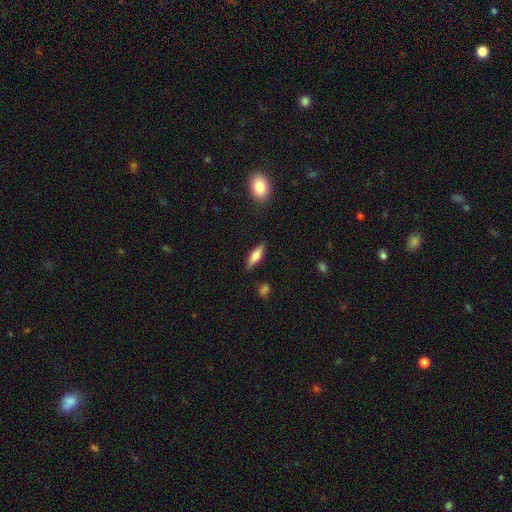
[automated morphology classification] smooth_or_featured: smooth (p=0.66) [alt: featured or disk p=0.27]
how_rounded: cigar-shaped (p=0.51) [alt: in between p=0.46]
merging: none (p=0.82) [alt: minor disturbance p=0.13]